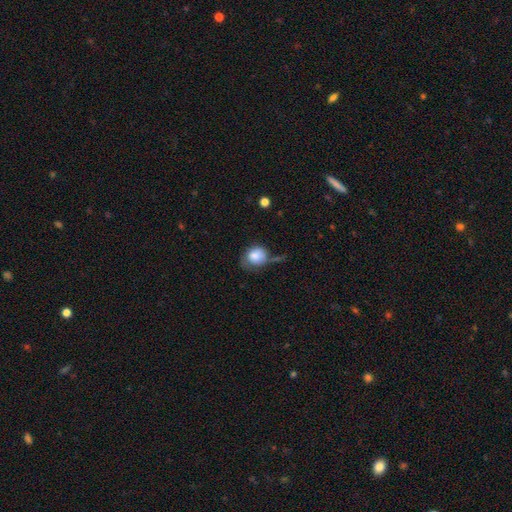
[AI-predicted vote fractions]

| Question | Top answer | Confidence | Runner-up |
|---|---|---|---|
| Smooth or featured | smooth | 78% | featured or disk (14%) |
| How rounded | round | 63% | in between (36%) |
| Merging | none | 37% | minor disturbance (31%) |